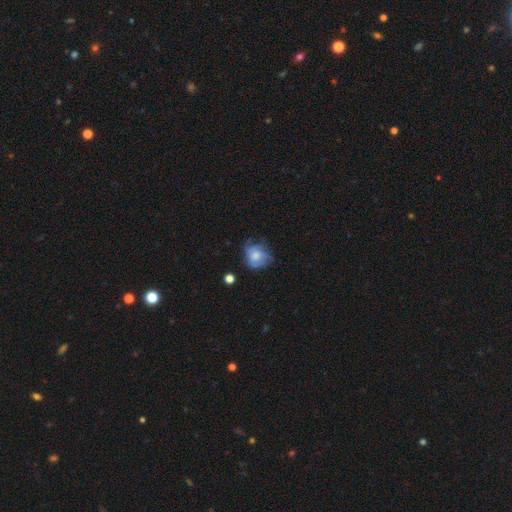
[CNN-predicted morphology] Smooth or featured? Predicted: smooth (p=0.47). Merging? Predicted: none (p=0.50).